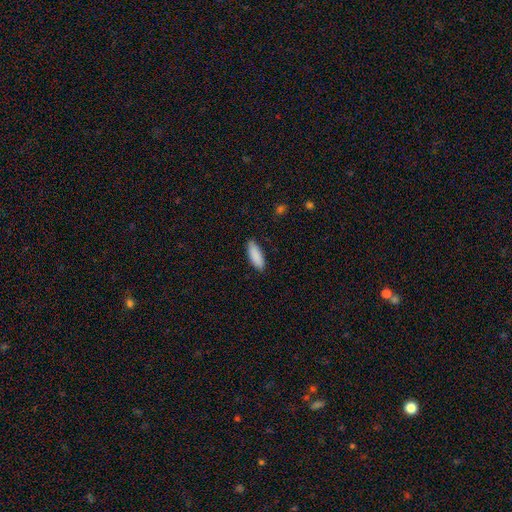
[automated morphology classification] The model was most divided on "how rounded": in between: 63%, cigar-shaped: 35%, round: 1%. More confident: smooth or featured — smooth (90%); merging — none (86%).